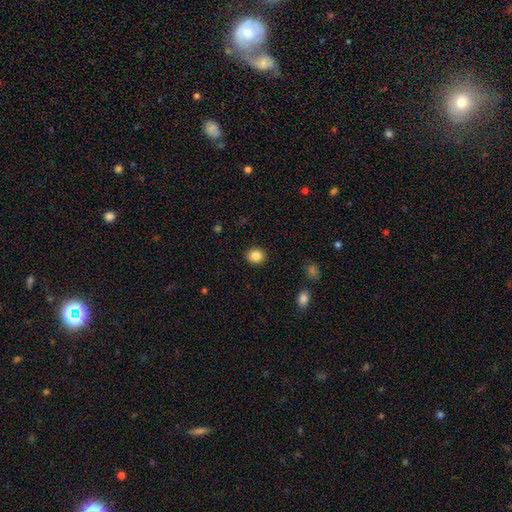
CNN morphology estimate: A smooth galaxy with no disk features (86%) that is round (73%). Merging: none (90%).